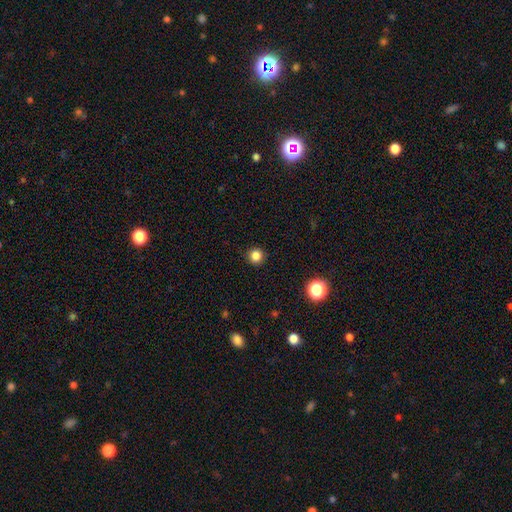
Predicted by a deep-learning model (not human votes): Morphology: type=smooth (83%); roundness=round (94%); merging=none (91%).